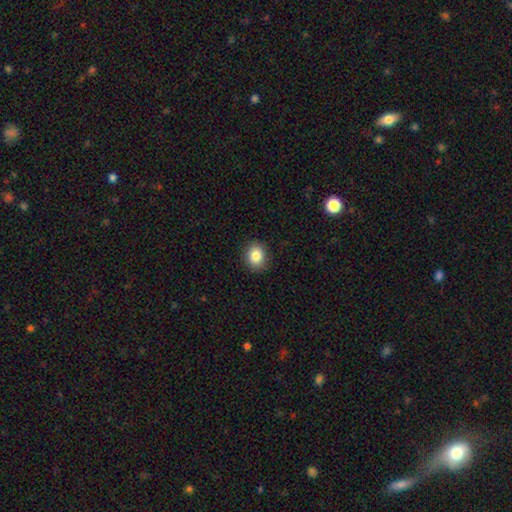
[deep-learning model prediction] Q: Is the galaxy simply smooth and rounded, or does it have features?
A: smooth — 84%.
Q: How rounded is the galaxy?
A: round — 66%.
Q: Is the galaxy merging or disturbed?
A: none — 89%.